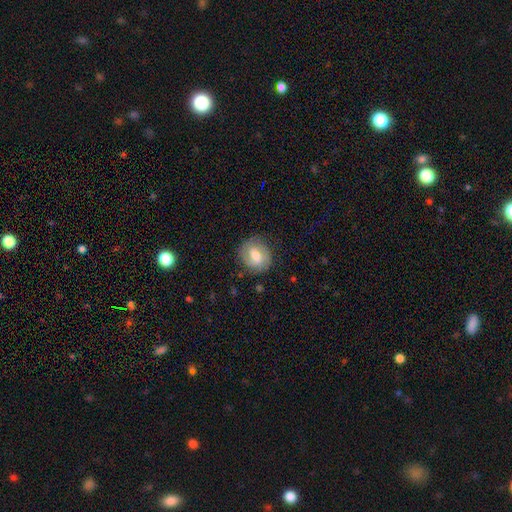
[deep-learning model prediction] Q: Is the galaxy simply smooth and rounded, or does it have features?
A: featured or disk — 49%.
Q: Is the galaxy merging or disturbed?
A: none — 79%.